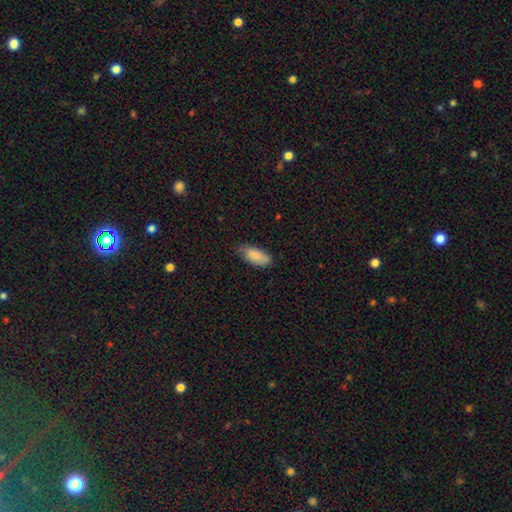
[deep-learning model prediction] Q: Smooth or featured?
A: smooth (85%); runner-up: featured or disk (9%)
Q: How rounded?
A: in between (88%); runner-up: cigar-shaped (11%)
Q: Merging?
A: none (69%); runner-up: minor disturbance (26%)